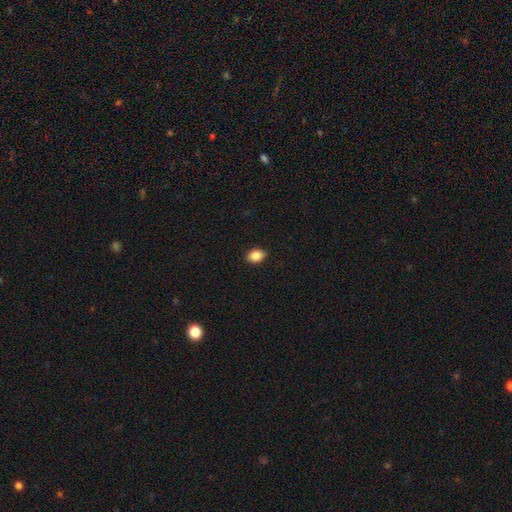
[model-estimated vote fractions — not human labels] smooth 87%, star or artifact 8%, featured or disk 4%. Down the decision tree: how rounded — in between (73%); merging — none (90%).